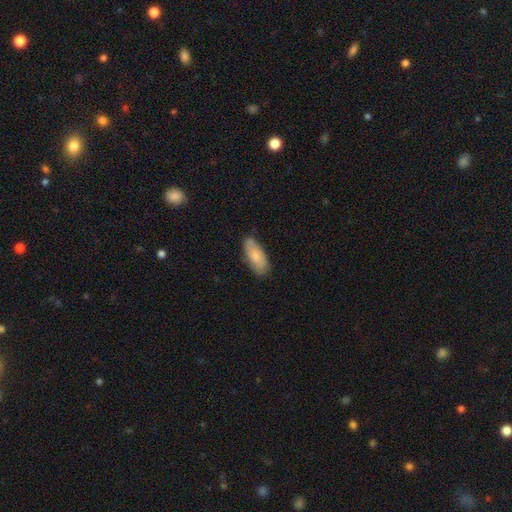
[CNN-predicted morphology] Smooth or featured?
  - smooth: 78% *
  - featured or disk: 16%
  - star or artifact: 6%
How rounded?
  - in between: 82% *
  - cigar-shaped: 16%
  - round: 2%
Merging?
  - none: 78% *
  - minor disturbance: 18%
  - major disturbance: 3%
  - merger: 1%